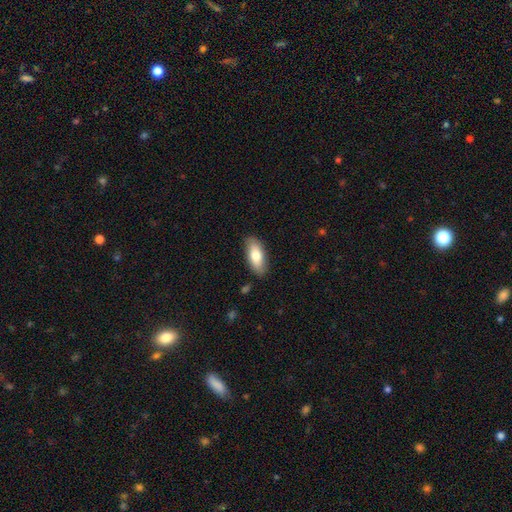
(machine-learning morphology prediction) Q: Smooth or featured?
A: smooth (76%); runner-up: featured or disk (18%)
Q: How rounded?
A: in between (84%); runner-up: cigar-shaped (14%)
Q: Merging?
A: none (86%); runner-up: minor disturbance (11%)